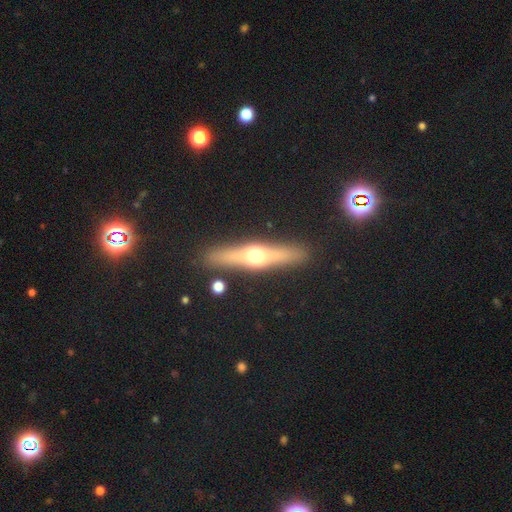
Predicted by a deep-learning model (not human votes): Smooth or featured? featured or disk (60%)
Edge-on disk? yes (92%)
Edge-on bulge? rounded (94%)
Merging? none (87%)